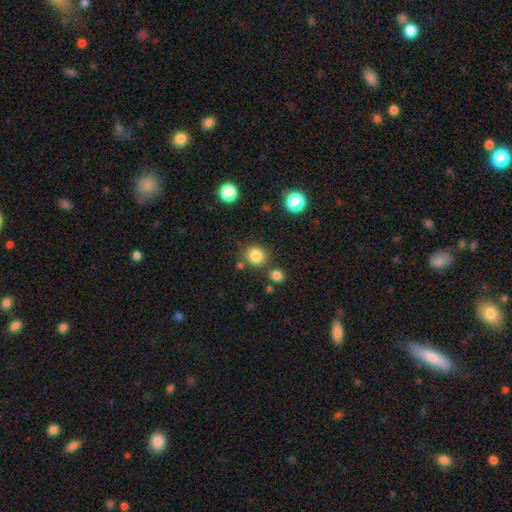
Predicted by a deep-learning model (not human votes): Q: Smooth or featured?
A: smooth (83%); runner-up: star or artifact (12%)
Q: How rounded?
A: round (87%); runner-up: in between (13%)
Q: Merging?
A: none (79%); runner-up: minor disturbance (9%)